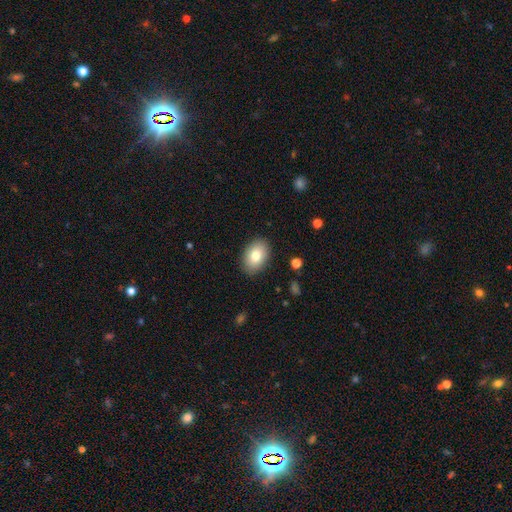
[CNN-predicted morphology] A smooth galaxy with no disk features (80%) that is in between round and cigar-shaped (88%).

Vote fractions:
- Smooth or featured? smooth: 80% / featured or disk: 12% / star or artifact: 7%
- How rounded? in between: 88% / round: 11% / cigar-shaped: 1%
- Merging? none: 88% / minor disturbance: 9% / major disturbance: 2% / merger: 1%